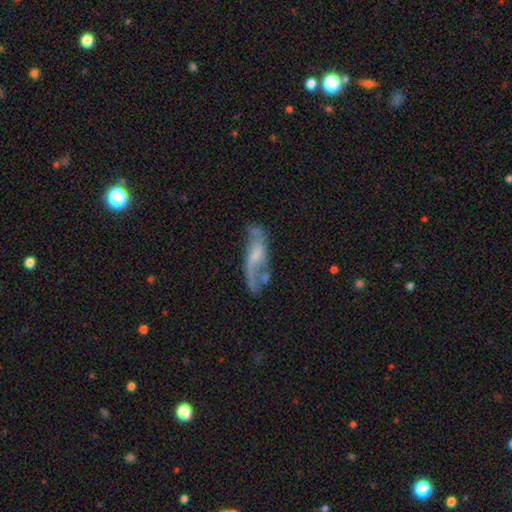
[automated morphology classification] type=featured or disk (77%); edge-on=no (89%); bar=no (44%); spiral arms=yes (88%); winding=loose (71%); arm count=2 (83%); bulge=small (47%); merging=none (54%).